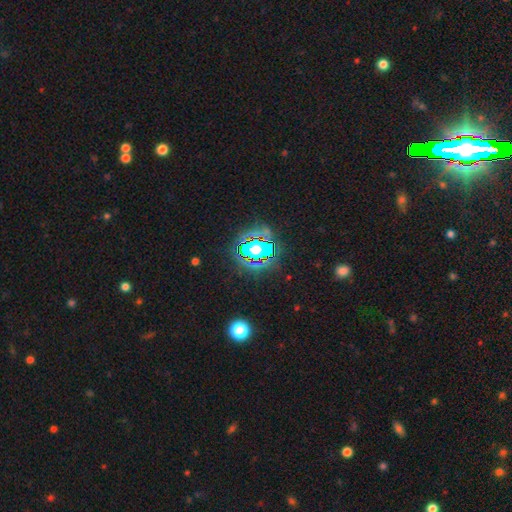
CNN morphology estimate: smooth_or_featured: star or artifact (p=0.83) [alt: smooth p=0.10]